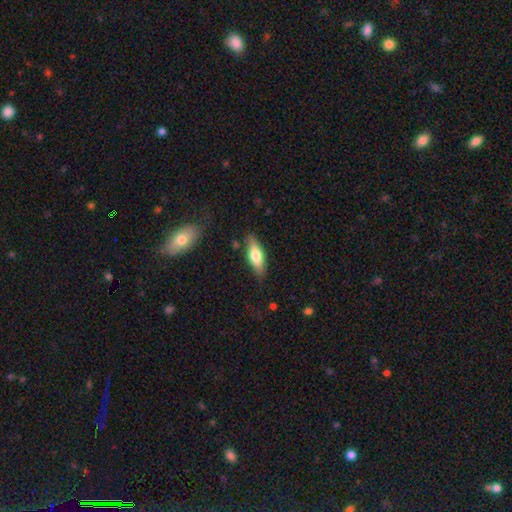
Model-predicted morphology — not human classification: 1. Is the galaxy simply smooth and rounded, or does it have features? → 58% smooth, 36% featured or disk, 6% star or artifact.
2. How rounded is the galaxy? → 59% in between, 39% cigar-shaped, 3% round.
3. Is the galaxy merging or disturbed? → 81% none, 14% minor disturbance, 3% major disturbance, 2% merger.